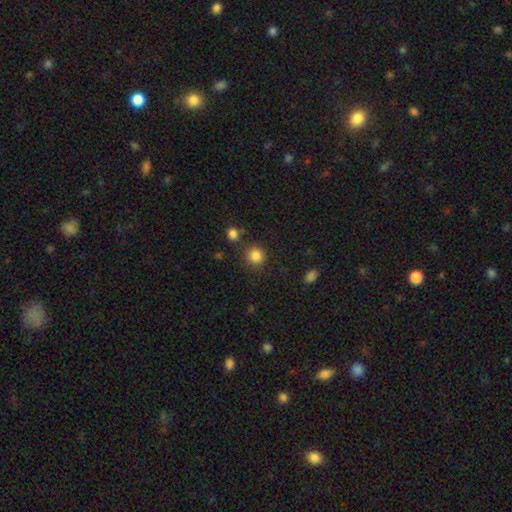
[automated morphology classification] smooth 85%, star or artifact 11%, featured or disk 4%. Down the decision tree: how rounded — round (90%); merging — none (83%).